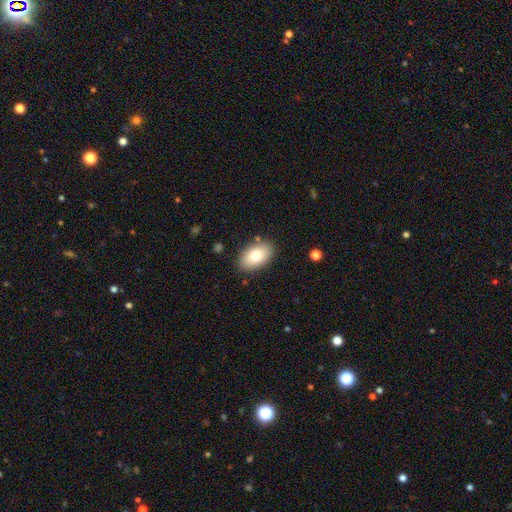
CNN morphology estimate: A smooth galaxy with no disk features (77%) that is in between round and cigar-shaped (92%). Merging: none (86%).